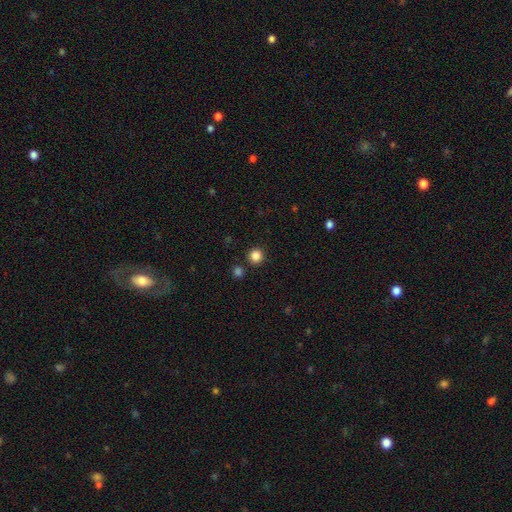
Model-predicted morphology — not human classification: Overall: smooth (84%). How rounded: round (95%). Merging: none (90%).